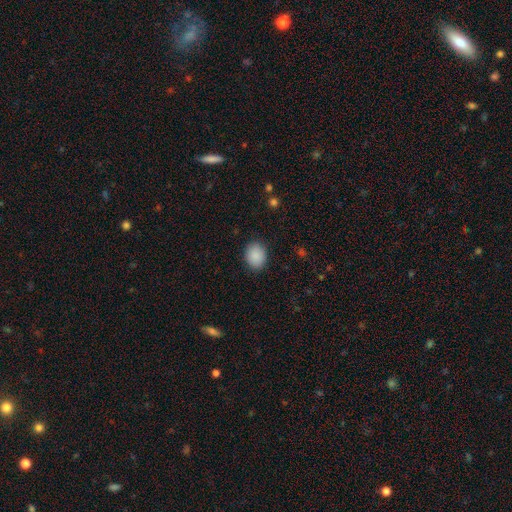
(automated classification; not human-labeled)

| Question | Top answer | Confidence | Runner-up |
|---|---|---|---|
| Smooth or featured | smooth | 89% | star or artifact (8%) |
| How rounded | round | 50% | in between (49%) |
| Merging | none | 87% | minor disturbance (9%) |